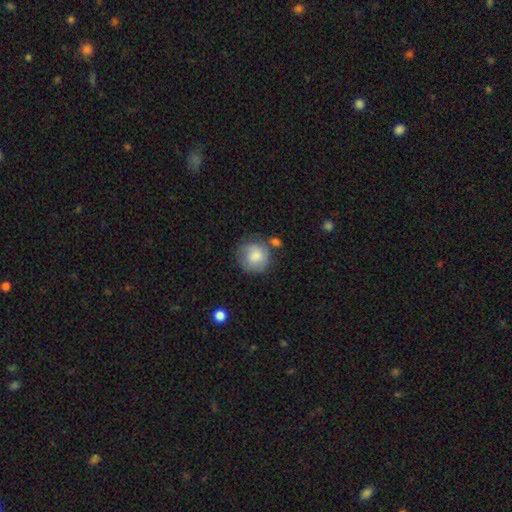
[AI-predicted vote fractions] Q: Smooth or featured?
A: smooth (78%); runner-up: featured or disk (15%)
Q: How rounded?
A: round (88%); runner-up: in between (11%)
Q: Merging?
A: none (61%); runner-up: minor disturbance (21%)